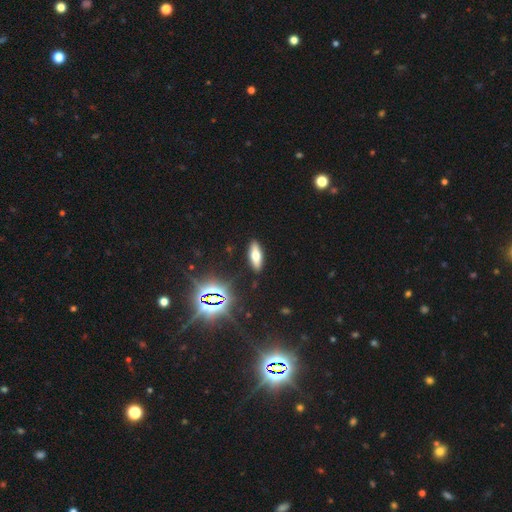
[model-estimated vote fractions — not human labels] This appears to be a smooth galaxy with no disk features (56%) that is in between round and cigar-shaped (59%). Merging: none (89%).